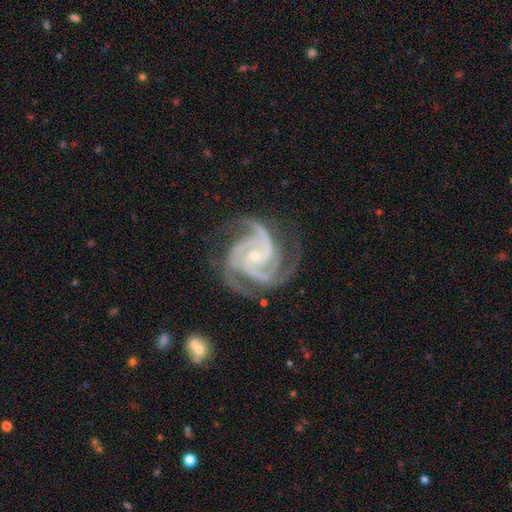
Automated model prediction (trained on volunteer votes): smooth_or_featured: featured or disk (p=0.94) [alt: star or artifact p=0.04]
disk_edge_on: no (p=0.98) [alt: yes p=0.02]
bar: no (p=0.62) [alt: weak p=0.26]
has_spiral_arms: yes (p=0.99) [alt: no p=0.01]
spiral_winding: tight (p=0.54) [alt: medium p=0.42]
spiral_arm_count: 3 (p=0.66) [alt: 4 p=0.17]
bulge_size: small (p=0.73) [alt: moderate p=0.24]
merging: none (p=0.74) [alt: minor disturbance p=0.17]